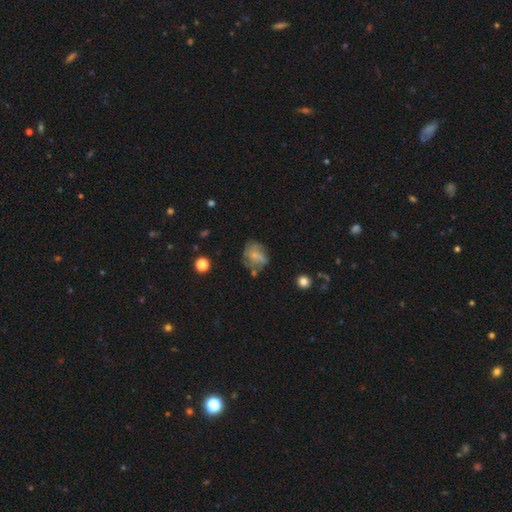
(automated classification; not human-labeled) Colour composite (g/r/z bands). It shows a featured or disk galaxy (49%). Merging: none (48%).